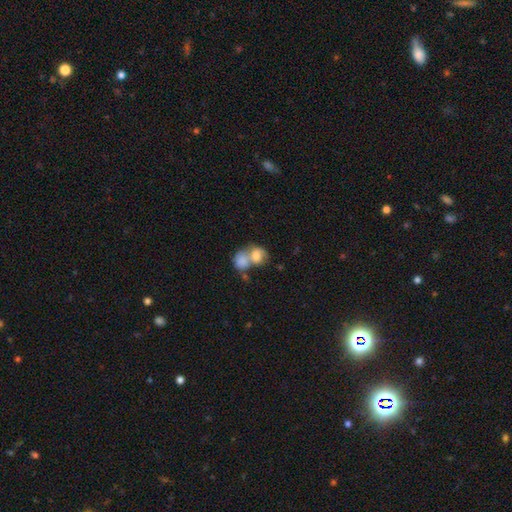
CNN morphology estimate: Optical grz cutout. It shows a smooth galaxy with no disk features (68%) that is in between round and cigar-shaped (50%). Merging: merger (74%).